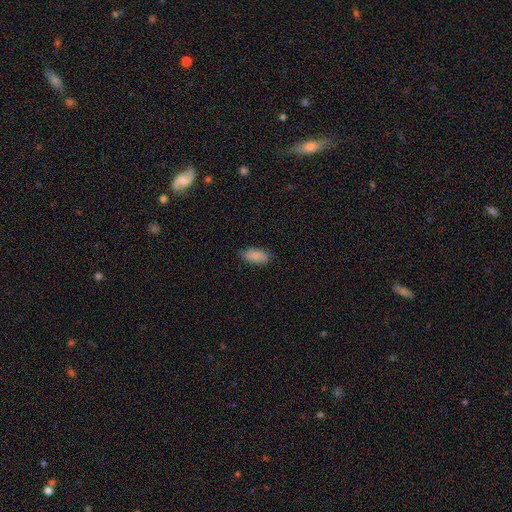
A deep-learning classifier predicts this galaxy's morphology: Smooth or featured? smooth (86%)
How rounded? in between (92%)
Merging? none (78%)